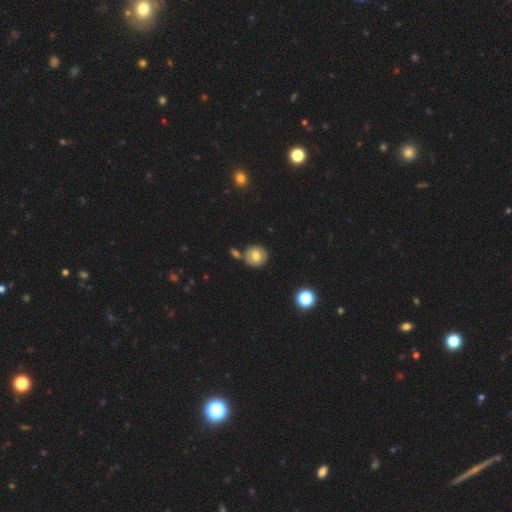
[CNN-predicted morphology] This appears to be a smooth galaxy with no disk features (65%) that is round (85%). Merging: none (74%).